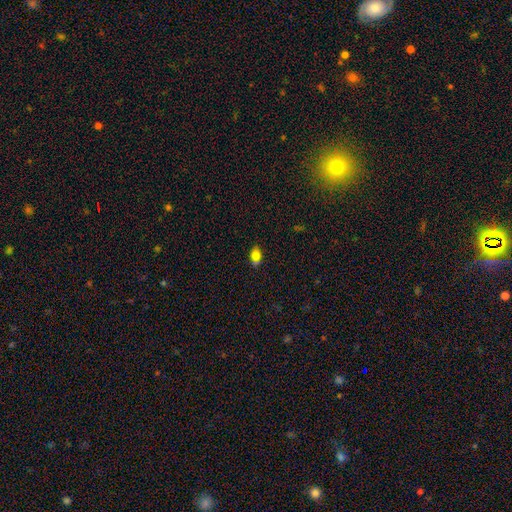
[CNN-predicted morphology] This is likely a smooth galaxy (77%). How rounded: likely in between (74%). Merging: possibly none (59%).